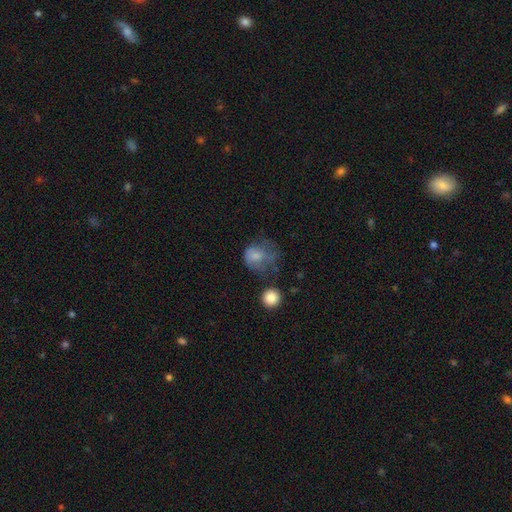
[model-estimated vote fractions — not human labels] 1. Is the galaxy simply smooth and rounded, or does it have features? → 67% smooth, 22% featured or disk, 11% star or artifact.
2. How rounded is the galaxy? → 63% round, 37% in between, 1% cigar-shaped.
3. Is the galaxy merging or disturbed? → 42% major disturbance, 27% none, 27% minor disturbance, 5% merger.